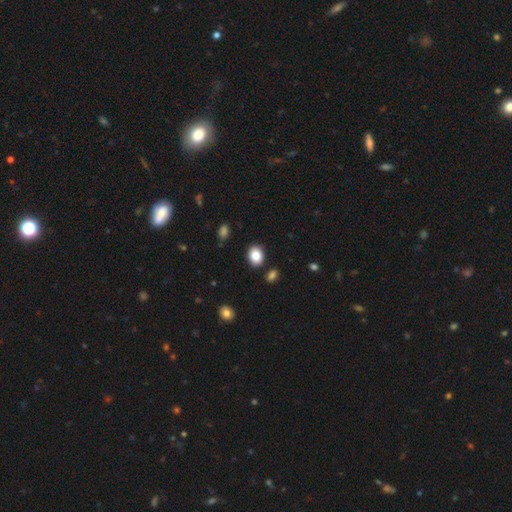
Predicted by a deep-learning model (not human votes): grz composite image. It shows a smooth galaxy with no disk features (85%) that is in between round and cigar-shaped (56%). Merging: none (87%).